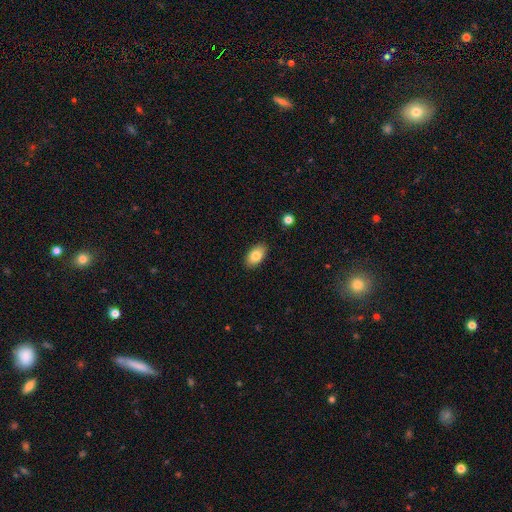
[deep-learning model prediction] smooth_or_featured: smooth (p=0.82) [alt: featured or disk p=0.11]
how_rounded: in between (p=0.94) [alt: round p=0.04]
merging: none (p=0.88) [alt: minor disturbance p=0.09]